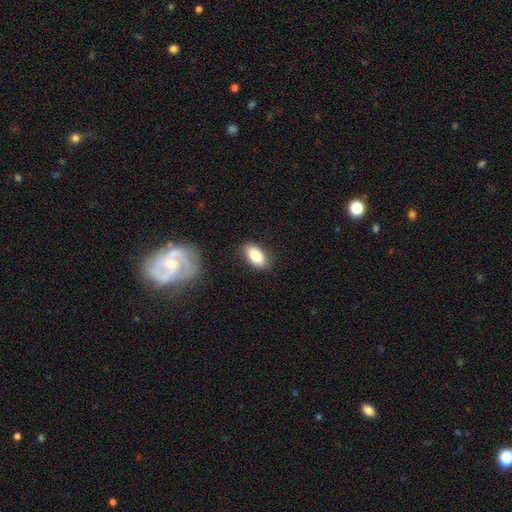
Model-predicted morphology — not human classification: A smooth galaxy with no disk features (82%) that is in between round and cigar-shaped (91%).

Vote fractions:
- Smooth or featured? smooth: 82% / featured or disk: 10% / star or artifact: 8%
- How rounded? in between: 91% / round: 6% / cigar-shaped: 3%
- Merging? none: 84% / minor disturbance: 12% / major disturbance: 3% / merger: 2%